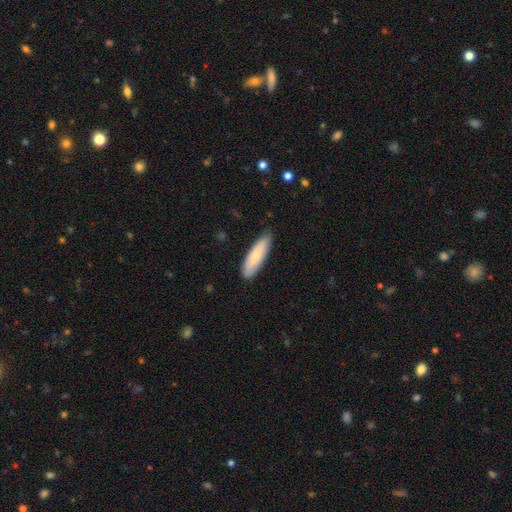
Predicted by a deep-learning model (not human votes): Overall: smooth (72%). How rounded: cigar-shaped (55%; in between 43%). Merging: none (80%).